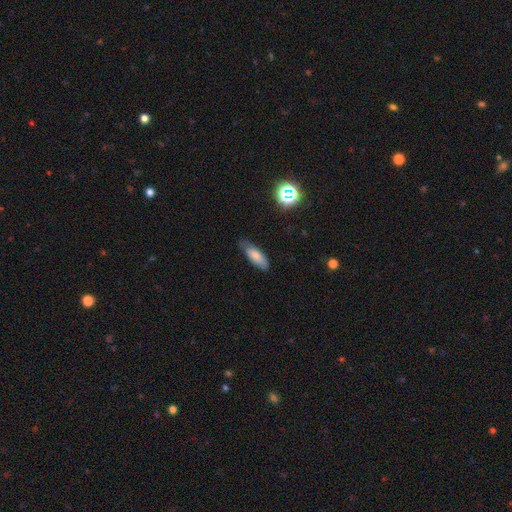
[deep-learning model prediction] Smooth or featured: smooth — 74% (featured or disk — 17%)
How rounded: in between — 65% (cigar-shaped — 33%)
Merging: none — 61% (minor disturbance — 31%)